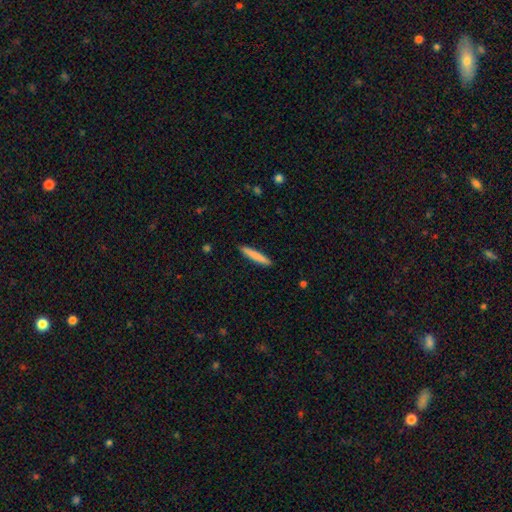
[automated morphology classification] type=smooth (81%); roundness=cigar-shaped (94%); merging=none (91%).